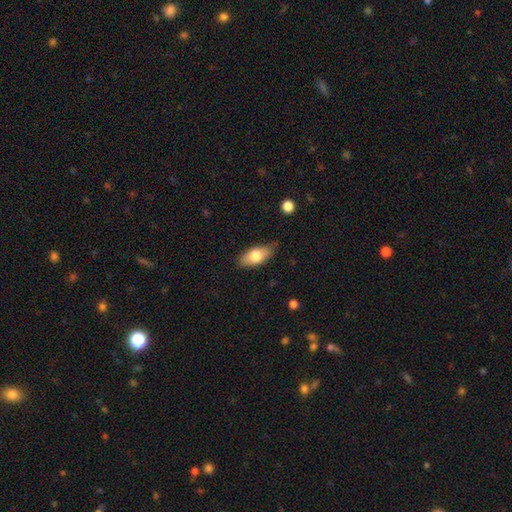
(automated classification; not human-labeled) This is likely a smooth galaxy (73%). How rounded: clearly in between (86%). Merging: likely none (76%).